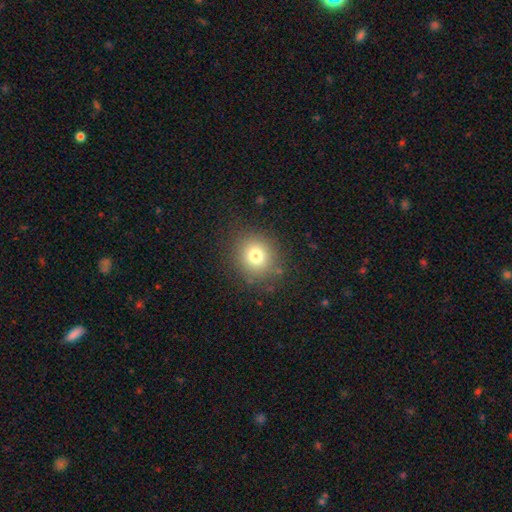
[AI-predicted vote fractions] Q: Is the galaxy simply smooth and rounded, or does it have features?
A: smooth — 76%.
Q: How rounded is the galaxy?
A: round — 83%.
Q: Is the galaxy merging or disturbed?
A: none — 84%.